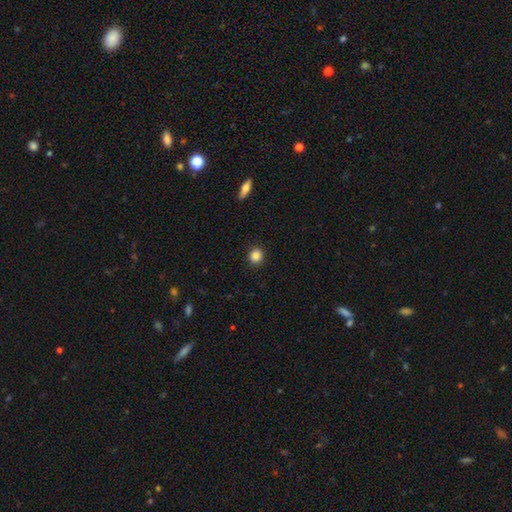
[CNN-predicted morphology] type=smooth (86%); roundness=round (89%); merging=none (92%).